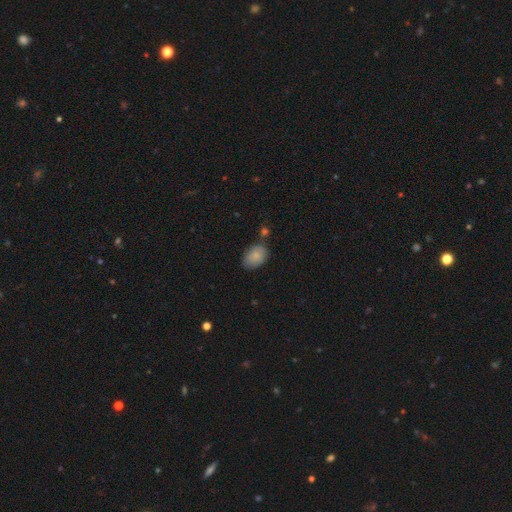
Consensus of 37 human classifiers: Smooth or featured?
  - smooth: 95% *
  - featured or disk: 3%
  - star or artifact: 3%
How rounded?
  - in between: 94% *
  - round: 6%
  - cigar-shaped: 0%
Merging?
  - none: 83% *
  - minor disturbance: 14%
  - major disturbance: 3%
  - merger: 0%